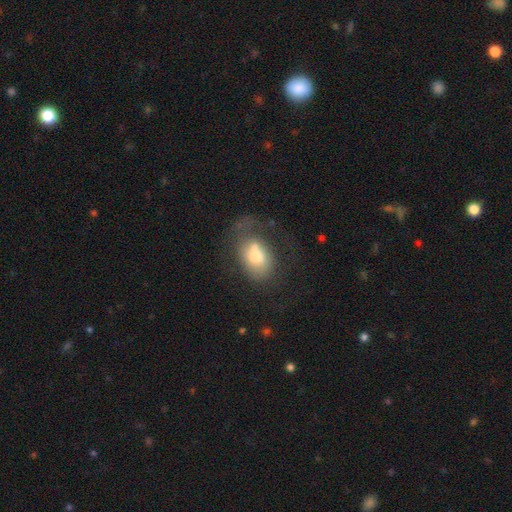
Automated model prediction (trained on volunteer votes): smooth_or_featured: smooth (p=0.63) [alt: featured or disk p=0.28]
how_rounded: in between (p=0.75) [alt: round p=0.24]
merging: none (p=0.35) [alt: major disturbance p=0.25]